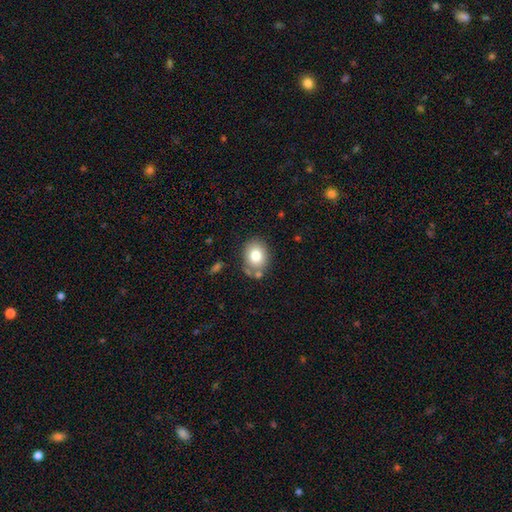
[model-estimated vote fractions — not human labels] smooth_or_featured: smooth (p=0.80) [alt: featured or disk p=0.12]
how_rounded: in between (p=0.59) [alt: round p=0.40]
merging: none (p=0.72) [alt: minor disturbance p=0.15]